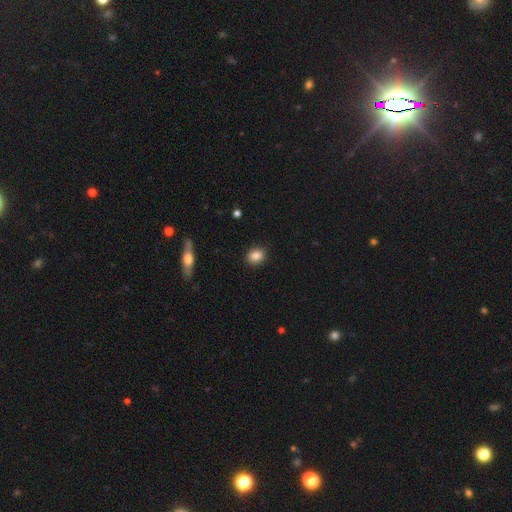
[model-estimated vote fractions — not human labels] Morphology: type=smooth (86%); roundness=round (55%); merging=none (90%).